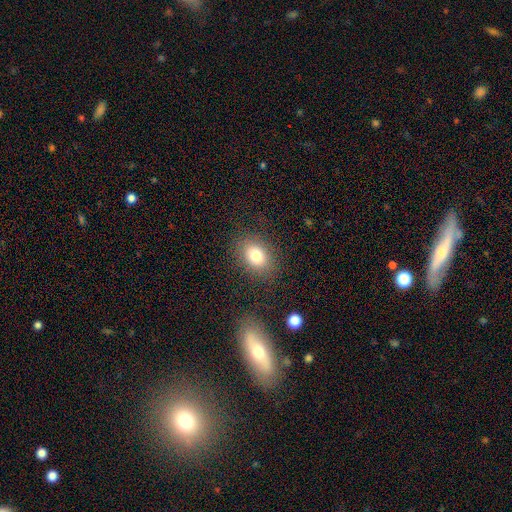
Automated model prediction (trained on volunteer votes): The model was most divided on "how rounded": in between: 62%, round: 36%, cigar-shaped: 1%. More confident: merging — none (83%); smooth or featured — smooth (78%).